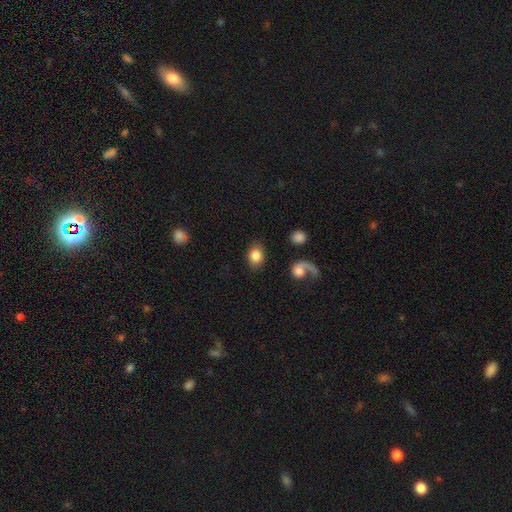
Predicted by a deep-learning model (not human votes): A smooth galaxy with no disk features (81%) that is in between round and cigar-shaped (57%).

Vote fractions:
- Smooth or featured? smooth: 81% / featured or disk: 11% / star or artifact: 8%
- How rounded? in between: 57% / round: 42% / cigar-shaped: 1%
- Merging? none: 81% / minor disturbance: 9% / major disturbance: 6% / merger: 4%